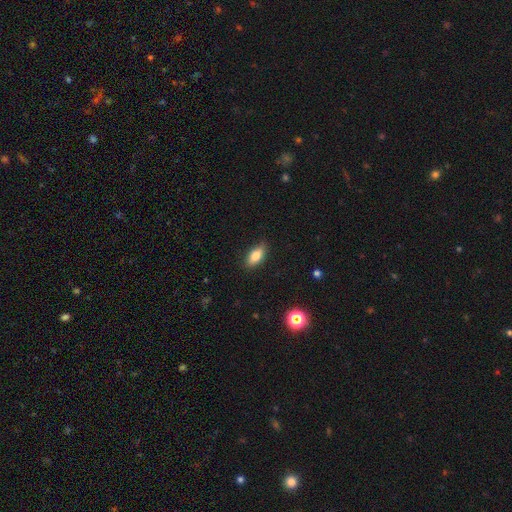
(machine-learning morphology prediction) type=smooth (80%); roundness=in between (85%); merging=none (86%).